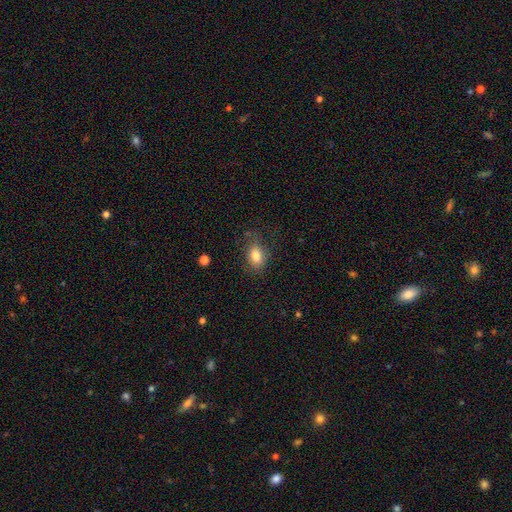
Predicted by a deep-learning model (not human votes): Smooth or featured? smooth (82%)
How rounded? in between (77%)
Merging? none (75%)